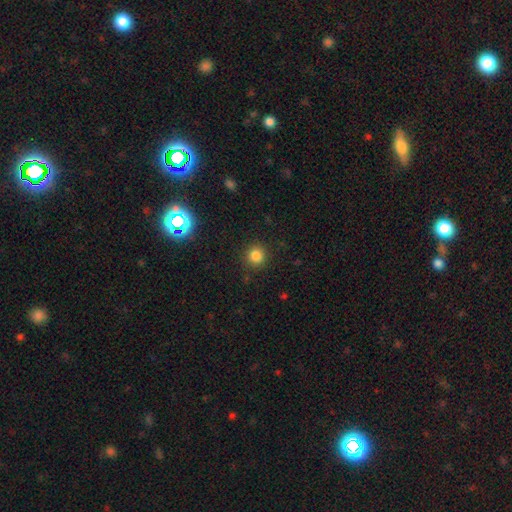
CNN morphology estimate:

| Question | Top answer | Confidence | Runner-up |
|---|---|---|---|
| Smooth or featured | smooth | 81% | star or artifact (15%) |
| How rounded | round | 92% | in between (7%) |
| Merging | none | 89% | minor disturbance (7%) |